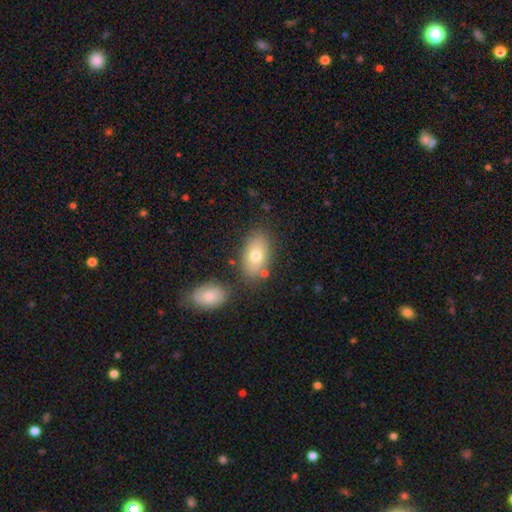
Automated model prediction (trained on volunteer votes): smooth-or-featured: smooth: 74% | featured or disk: 17% | star or artifact: 8%
  how-rounded: in between: 89% | round: 9% | cigar-shaped: 2%
  merging: none: 74% | minor disturbance: 12% | merger: 10% | major disturbance: 4%